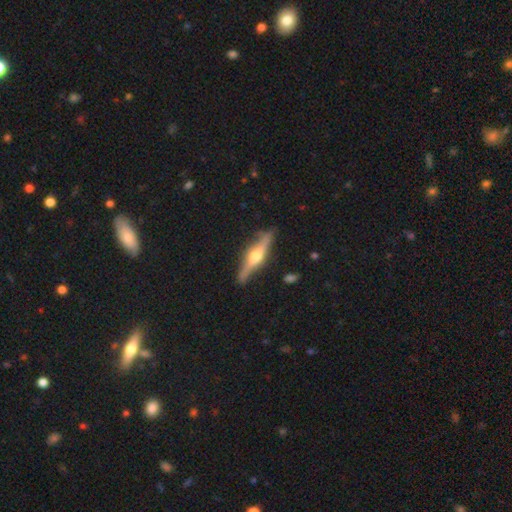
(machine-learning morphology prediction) This appears to be a featured or disk galaxy (74%) viewed edge-on (95%) with a rounded central bulge (93%). Merging: none (83%).